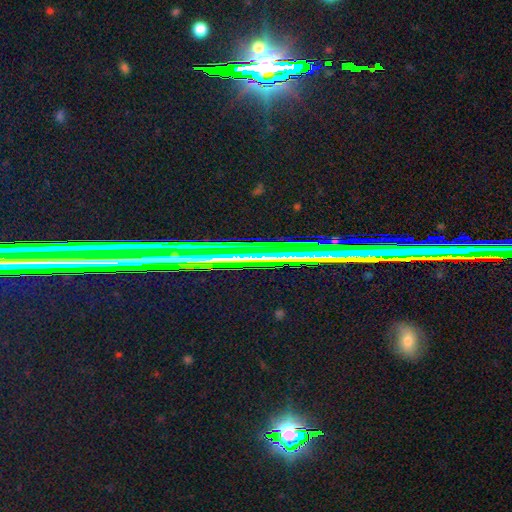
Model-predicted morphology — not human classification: smooth_or_featured: star or artifact (p=0.71) [alt: featured or disk p=0.18]